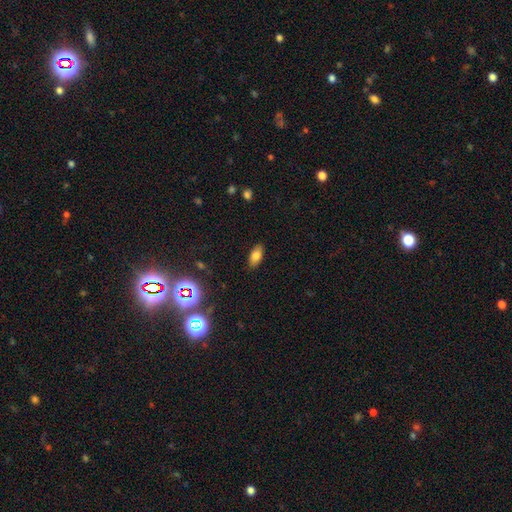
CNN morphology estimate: A smooth galaxy with no disk features (79%) that is in between round and cigar-shaped (90%). Merging: none (87%).